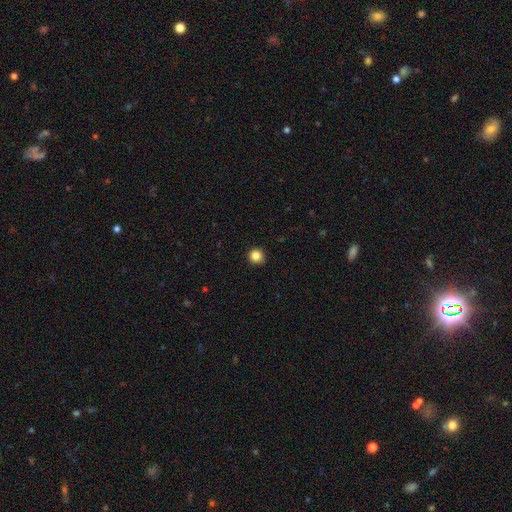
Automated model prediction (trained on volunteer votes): Q: Smooth or featured?
A: smooth (85%); runner-up: star or artifact (11%)
Q: How rounded?
A: round (95%); runner-up: in between (4%)
Q: Merging?
A: none (92%); runner-up: minor disturbance (5%)